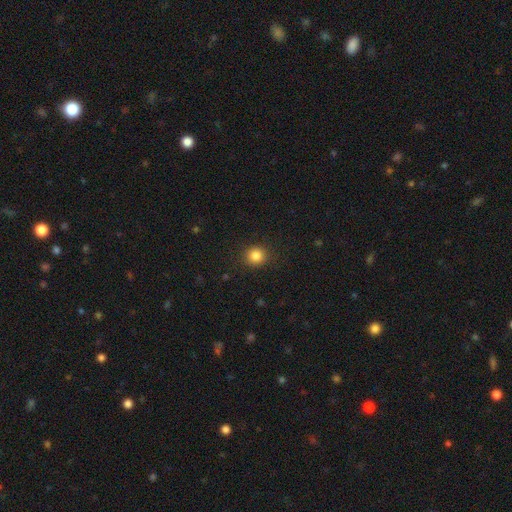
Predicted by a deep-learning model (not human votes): Overall: smooth (84%). How rounded: round (90%). Merging: none (91%).